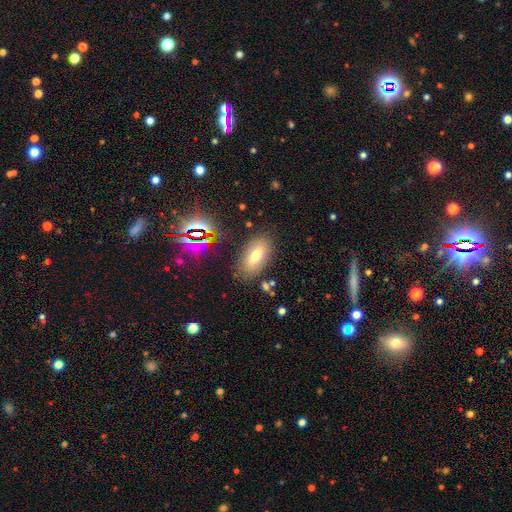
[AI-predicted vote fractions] smooth 67%, featured or disk 20%, star or artifact 13%. Down the decision tree: how rounded — in between (89%); merging — none (81%).